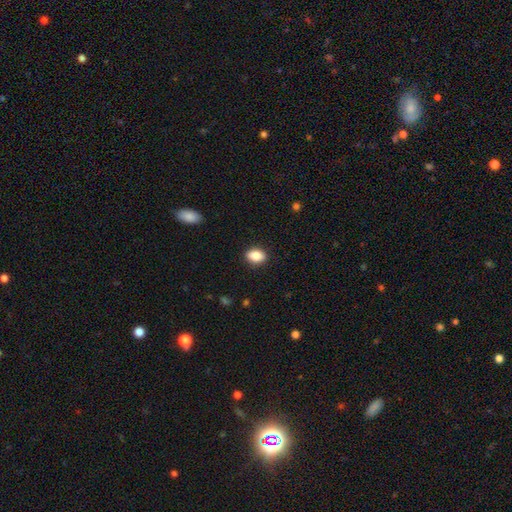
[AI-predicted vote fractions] Morphology: type=smooth (87%); roundness=in between (78%); merging=none (87%).